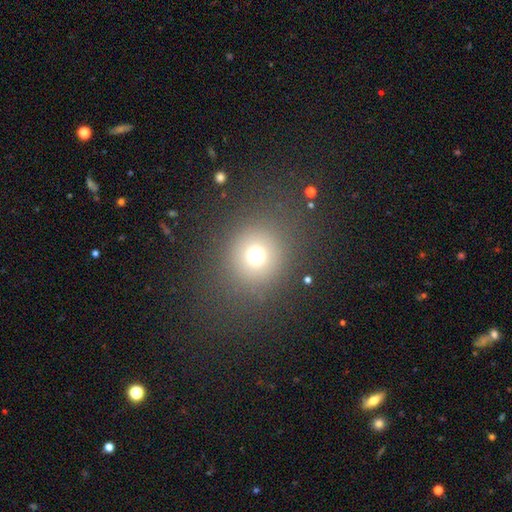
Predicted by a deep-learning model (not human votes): A smooth galaxy with no disk features (70%) that is round (90%).

Vote fractions:
- Smooth or featured? smooth: 70% / star or artifact: 21% / featured or disk: 9%
- How rounded? round: 90% / in between: 9% / cigar-shaped: 1%
- Merging? none: 84% / minor disturbance: 8% / major disturbance: 6% / merger: 2%